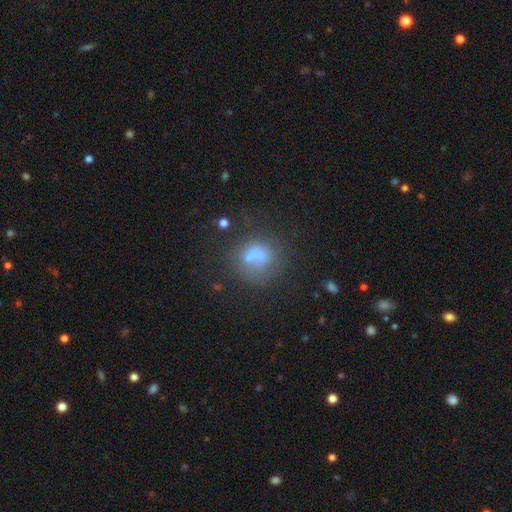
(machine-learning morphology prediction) Smooth or featured? Predicted: smooth (p=0.60). How rounded? Predicted: round (p=0.73). Merging? Predicted: none (p=0.43).